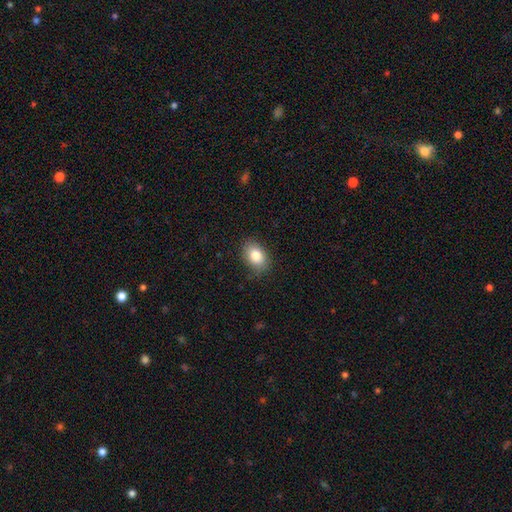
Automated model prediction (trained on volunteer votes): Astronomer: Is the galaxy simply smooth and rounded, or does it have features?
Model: smooth — 83%.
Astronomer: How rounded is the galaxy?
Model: in between — 81%.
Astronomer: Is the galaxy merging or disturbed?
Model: none — 84%.